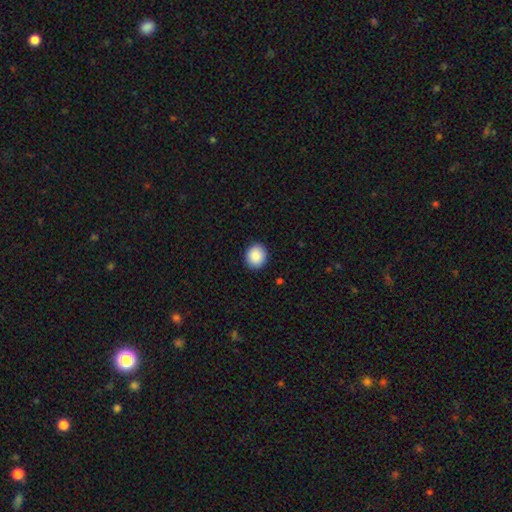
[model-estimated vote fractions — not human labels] This is clearly a smooth galaxy (89%). How rounded: clearly round (81%). Merging: clearly none (91%).